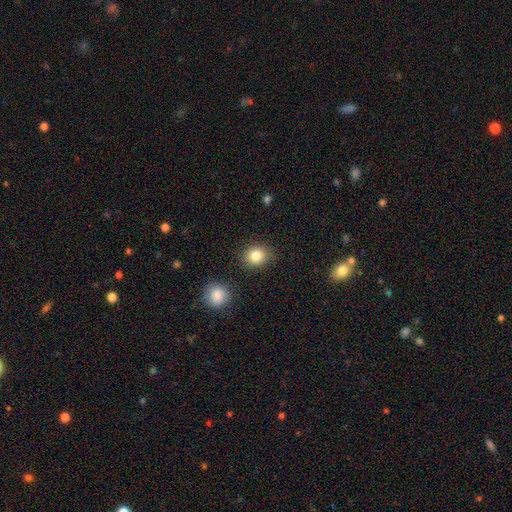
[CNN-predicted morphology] This appears to be a smooth galaxy with no disk features (83%) that is round (70%). Merging: none (85%).